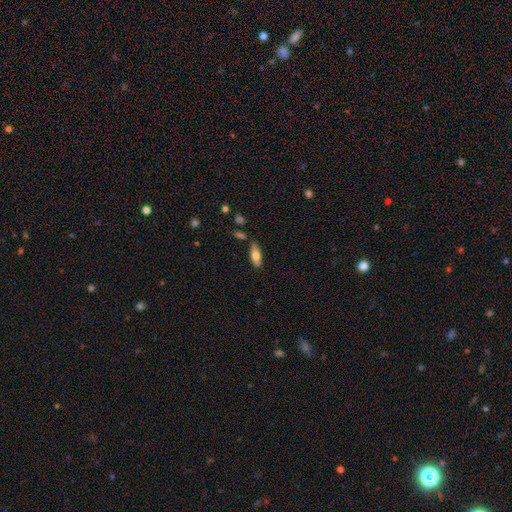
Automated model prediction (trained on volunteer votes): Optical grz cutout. It shows a smooth galaxy with no disk features (66%) that is in between round and cigar-shaped (66%). Merging: none (79%).